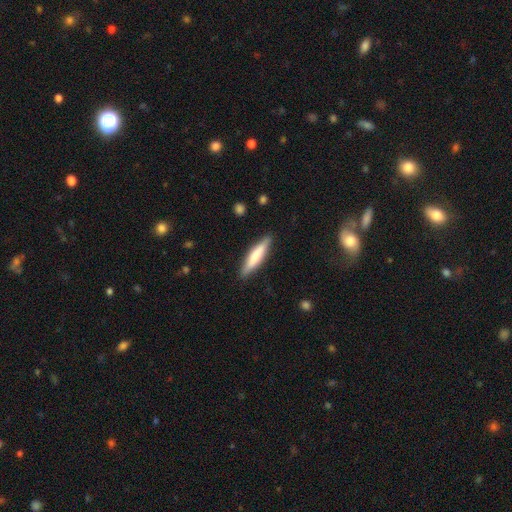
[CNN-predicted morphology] Smooth or featured? smooth (66%)
How rounded? cigar-shaped (82%)
Merging? none (88%)